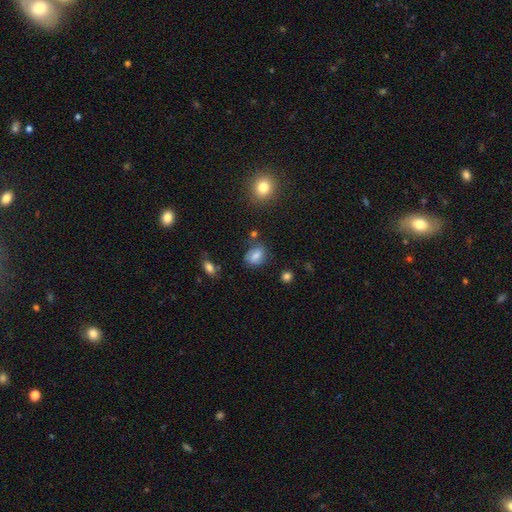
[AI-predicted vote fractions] A smooth galaxy with no disk features (72%) that is in between round and cigar-shaped (69%). Merging: none (65%).